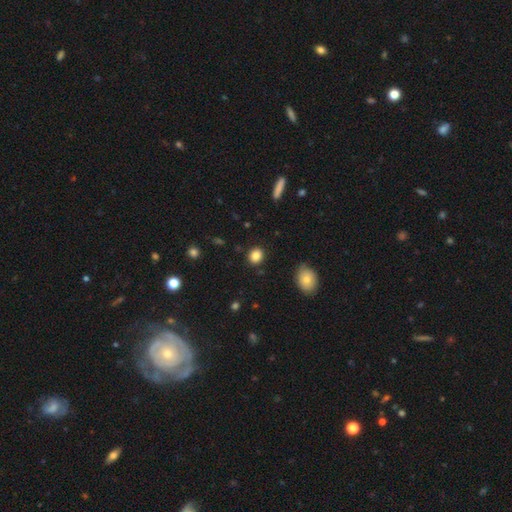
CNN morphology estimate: A smooth galaxy with no disk features (86%) that is round (69%).

Vote fractions:
- Smooth or featured? smooth: 86% / star or artifact: 10% / featured or disk: 4%
- How rounded? round: 69% / in between: 30% / cigar-shaped: 1%
- Merging? none: 89% / minor disturbance: 7% / major disturbance: 2% / merger: 1%